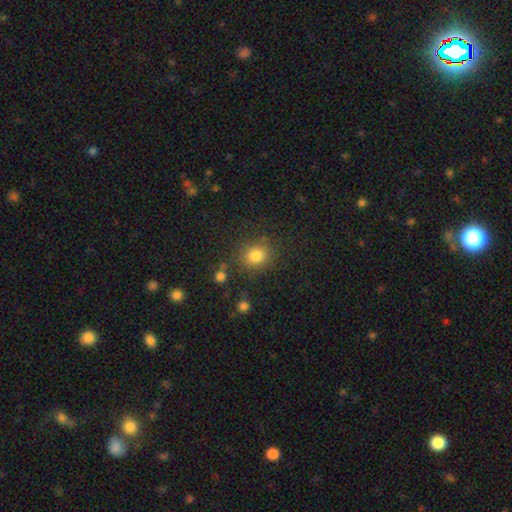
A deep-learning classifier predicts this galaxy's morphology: This is clearly a smooth galaxy (81%). How rounded: likely round (79%). Merging: clearly none (80%).